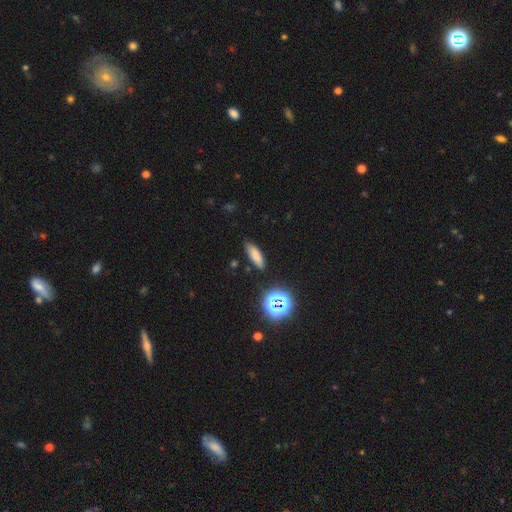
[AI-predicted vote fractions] Overall: smooth (76%). How rounded: in between (52%; cigar-shaped 44%). Merging: none (85%).